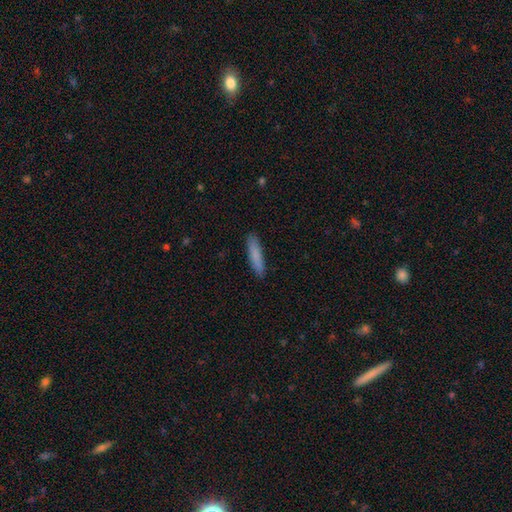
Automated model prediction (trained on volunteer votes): smooth_or_featured: smooth (p=0.82) [alt: featured or disk p=0.12]
how_rounded: cigar-shaped (p=0.88) [alt: in between p=0.11]
merging: none (p=0.89) [alt: minor disturbance p=0.08]